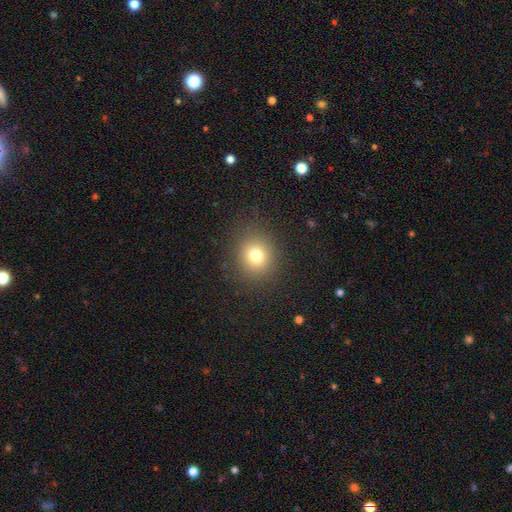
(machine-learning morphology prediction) smooth-or-featured: smooth: 76% | star or artifact: 15% | featured or disk: 9%
  how-rounded: round: 82% | in between: 17% | cigar-shaped: 1%
  merging: none: 88% | minor disturbance: 7% | major disturbance: 4% | merger: 1%